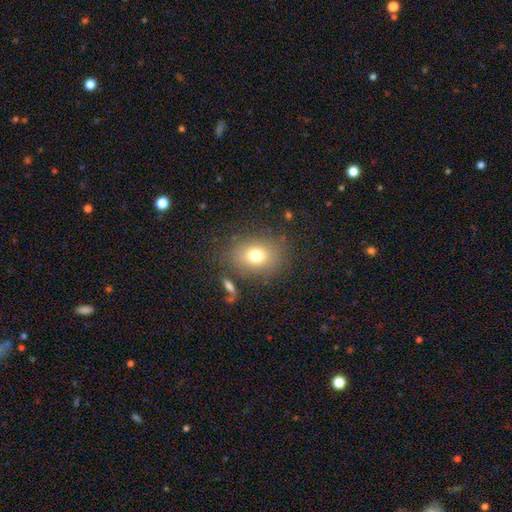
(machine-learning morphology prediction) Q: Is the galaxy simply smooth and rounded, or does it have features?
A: smooth — 74%.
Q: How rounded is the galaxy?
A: in between — 55%.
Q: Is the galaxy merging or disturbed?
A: none — 80%.